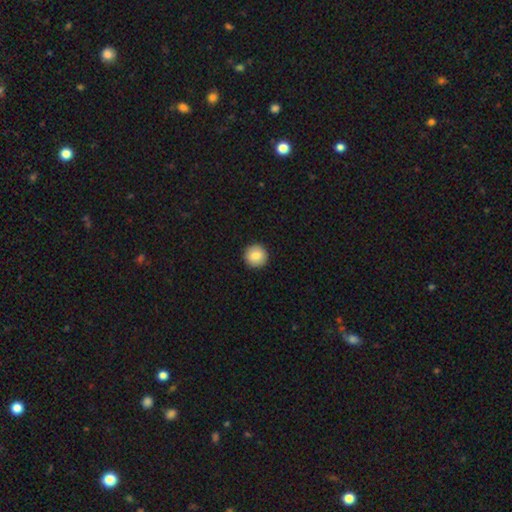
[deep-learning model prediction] Smooth or featured?
  - smooth: 86% *
  - star or artifact: 7%
  - featured or disk: 7%
How rounded?
  - round: 95% *
  - in between: 4%
  - cigar-shaped: 1%
Merging?
  - none: 93% *
  - minor disturbance: 4%
  - major disturbance: 1%
  - merger: 1%